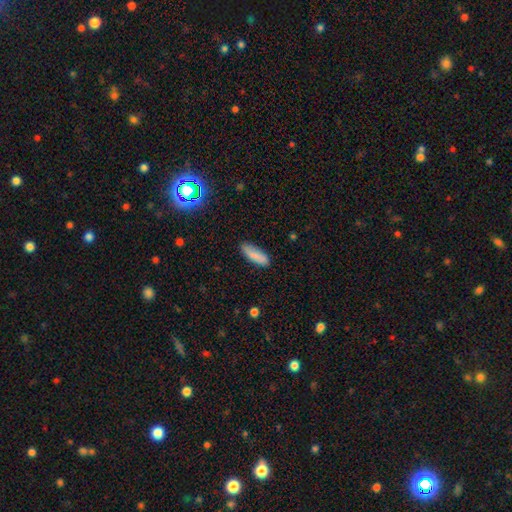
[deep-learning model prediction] Smooth or featured?
  - smooth: 82% *
  - featured or disk: 11%
  - star or artifact: 7%
How rounded?
  - in between: 57% *
  - cigar-shaped: 41%
  - round: 2%
Merging?
  - none: 79% *
  - minor disturbance: 17%
  - major disturbance: 3%
  - merger: 2%